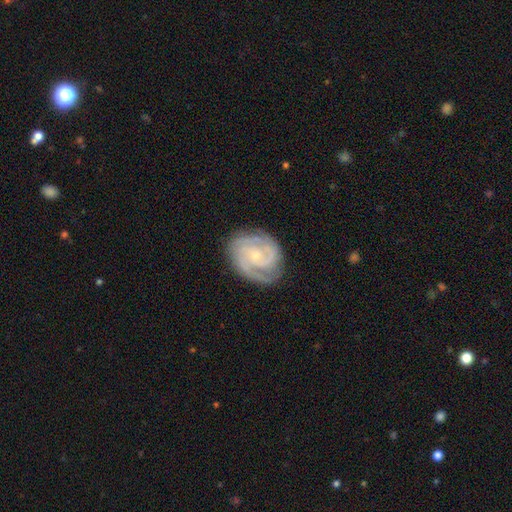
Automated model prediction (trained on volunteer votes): A featured or disk galaxy (89%) with no bar (67%), 2 (40%) tight (64%) spiral arms (98%) and a small central bulge (78%). Merging: none (79%).